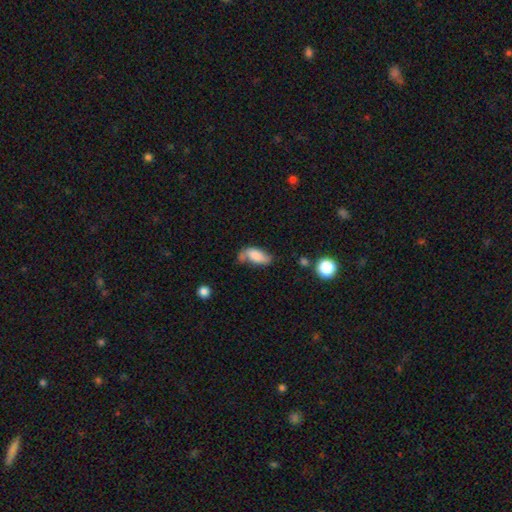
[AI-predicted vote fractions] This appears to be a smooth galaxy with no disk features (72%) that is in between round and cigar-shaped (88%). Merging: none (37%).